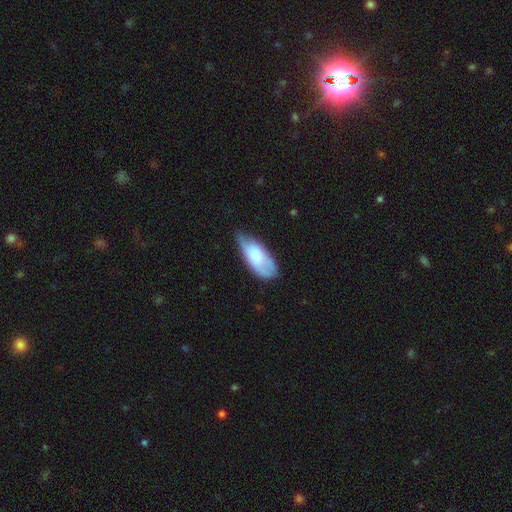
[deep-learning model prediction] A smooth galaxy with no disk features (70%) that is in between round and cigar-shaped (87%).

Vote fractions:
- Smooth or featured? smooth: 70% / featured or disk: 23% / star or artifact: 7%
- How rounded? in between: 87% / cigar-shaped: 11% / round: 2%
- Merging? none: 45% / minor disturbance: 41% / major disturbance: 11% / merger: 2%